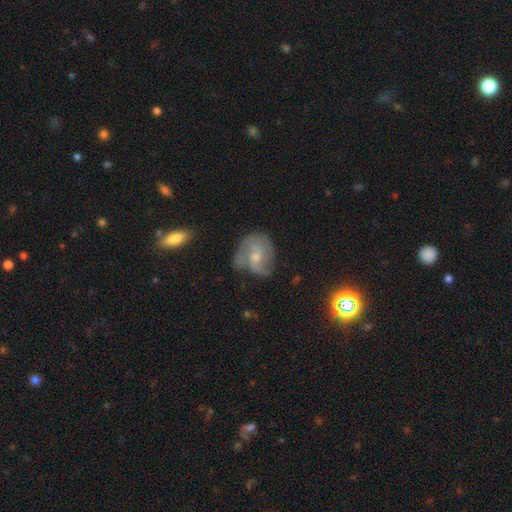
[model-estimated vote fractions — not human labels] This appears to be a featured or disk galaxy (68%) with no bar (52%), 2 (48%) medium (47%) spiral arms (84%) and a small central bulge (49%). Merging: none (52%).